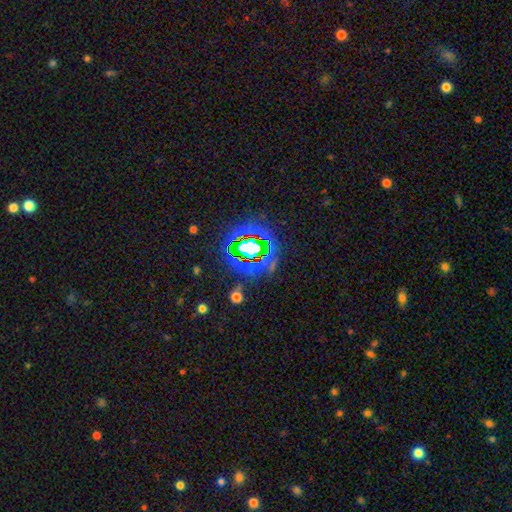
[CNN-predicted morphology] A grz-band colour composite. It shows a star or artifact, not a galaxy (78%).